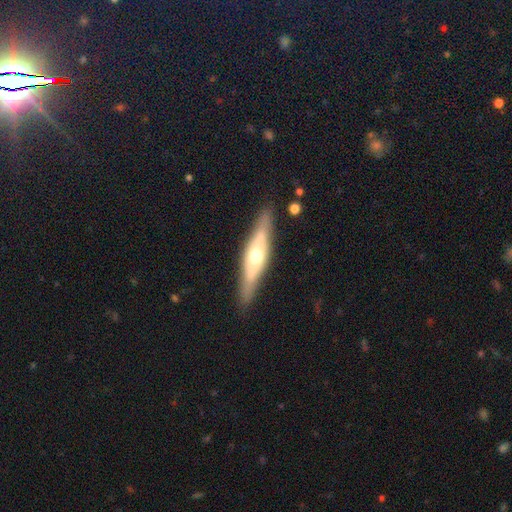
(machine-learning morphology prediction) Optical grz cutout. It shows a featured or disk galaxy (66%) viewed edge-on (86%) with a rounded central bulge (85%). Merging: none (85%).